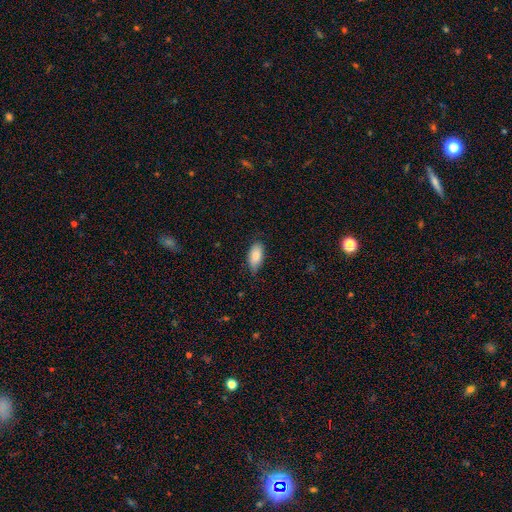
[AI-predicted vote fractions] Overall: smooth (84%). How rounded: in between (92%). Merging: none (75%).